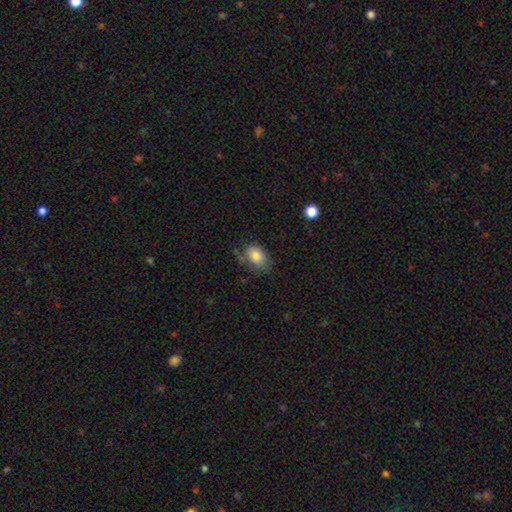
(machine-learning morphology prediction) Smooth or featured: smooth — 81% (featured or disk — 11%)
How rounded: in between — 83% (round — 16%)
Merging: none — 54% (minor disturbance — 30%)